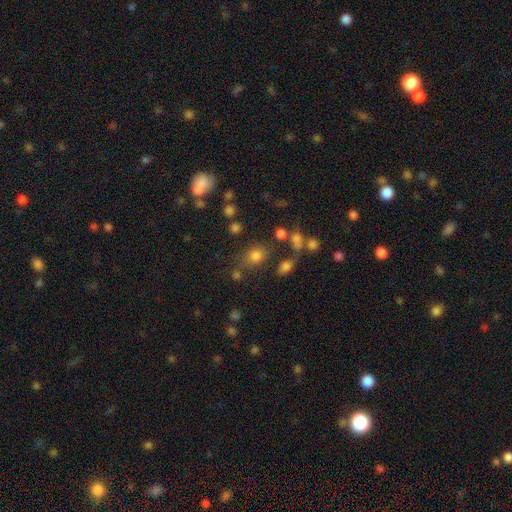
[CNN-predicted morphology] Smooth or featured? smooth (75%)
How rounded? round (50%)
Merging? none (66%)